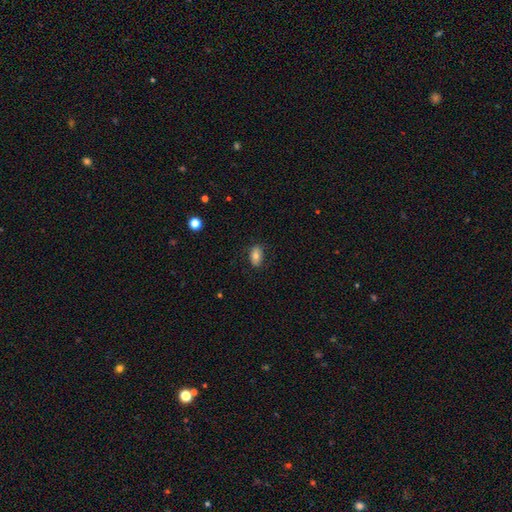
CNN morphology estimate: A smooth galaxy with no disk features (75%) that is in between round and cigar-shaped (88%).

Vote fractions:
- Smooth or featured? smooth: 75% / featured or disk: 16% / star or artifact: 9%
- How rounded? in between: 88% / round: 10% / cigar-shaped: 2%
- Merging? none: 80% / minor disturbance: 15% / major disturbance: 4% / merger: 1%